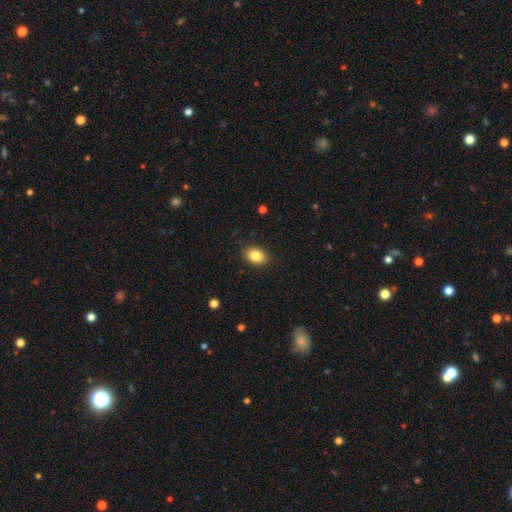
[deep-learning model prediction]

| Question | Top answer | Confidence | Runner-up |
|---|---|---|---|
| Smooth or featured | smooth | 85% | star or artifact (9%) |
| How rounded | in between | 78% | round (21%) |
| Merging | none | 87% | minor disturbance (9%) |